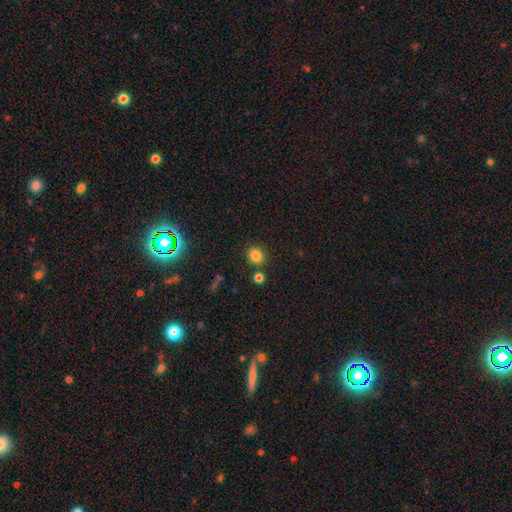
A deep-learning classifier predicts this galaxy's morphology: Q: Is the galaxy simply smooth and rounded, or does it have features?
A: smooth — 83%.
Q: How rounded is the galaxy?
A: round — 77%.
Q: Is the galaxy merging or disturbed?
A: none — 80%.